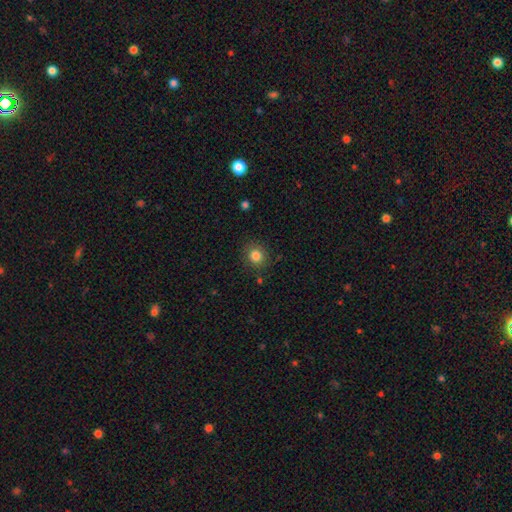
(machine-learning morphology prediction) This appears to be a smooth galaxy with no disk features (83%) that is round (83%). Merging: none (86%).